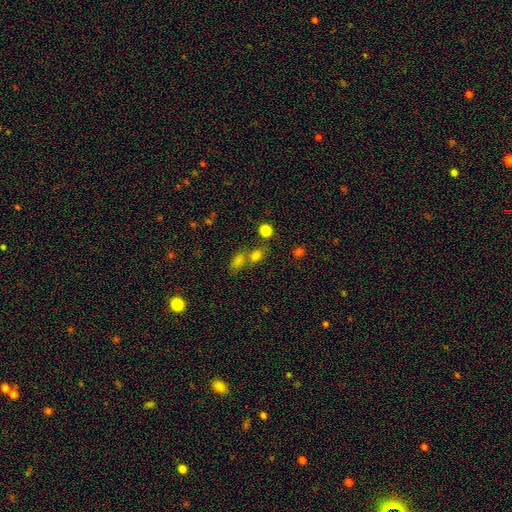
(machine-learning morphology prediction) Smooth or featured? smooth (75%)
How rounded? round (49%)
Merging? none (50%)